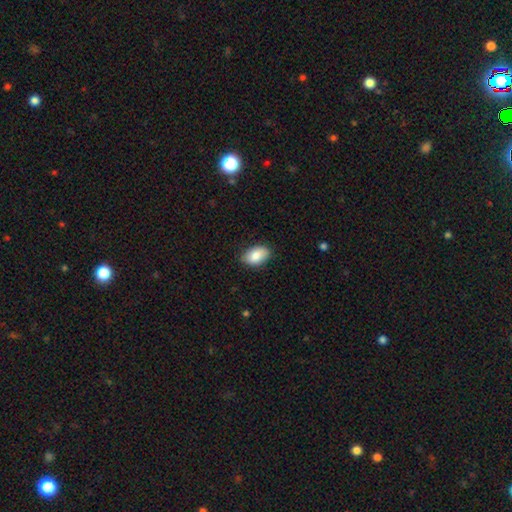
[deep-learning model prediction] A smooth galaxy with no disk features (84%) that is in between round and cigar-shaped (91%).

Vote fractions:
- Smooth or featured? smooth: 84% / featured or disk: 9% / star or artifact: 7%
- How rounded? in between: 91% / round: 8% / cigar-shaped: 1%
- Merging? none: 82% / minor disturbance: 14% / major disturbance: 2% / merger: 1%